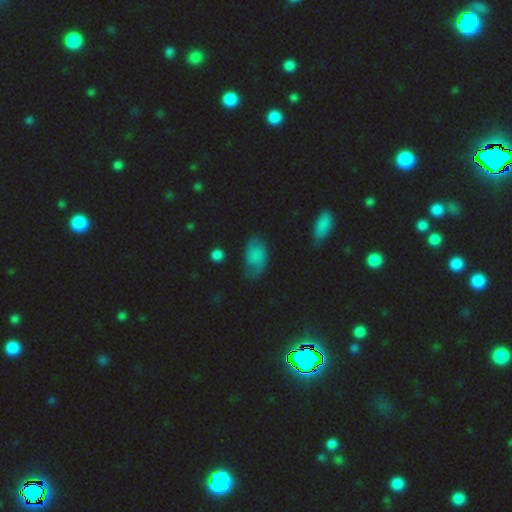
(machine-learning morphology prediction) Overall: smooth (49%; featured or disk 36%). Merging: none (57%; minor disturbance 27%).